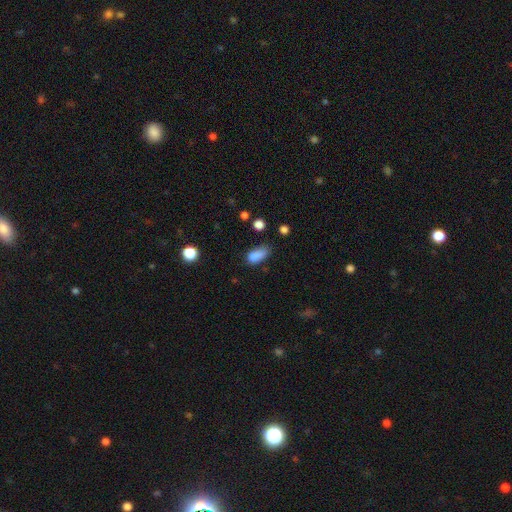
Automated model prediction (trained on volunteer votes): Q: Smooth or featured?
A: smooth (82%); runner-up: star or artifact (11%)
Q: How rounded?
A: in between (84%); runner-up: cigar-shaped (9%)
Q: Merging?
A: none (45%); runner-up: minor disturbance (36%)